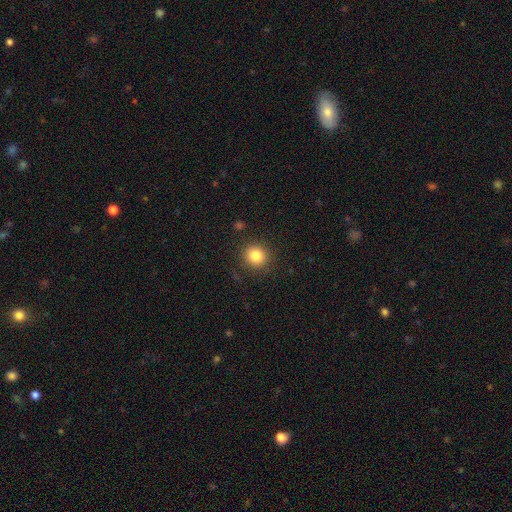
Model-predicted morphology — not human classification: Smooth or featured? smooth (83%)
How rounded? round (87%)
Merging? none (88%)